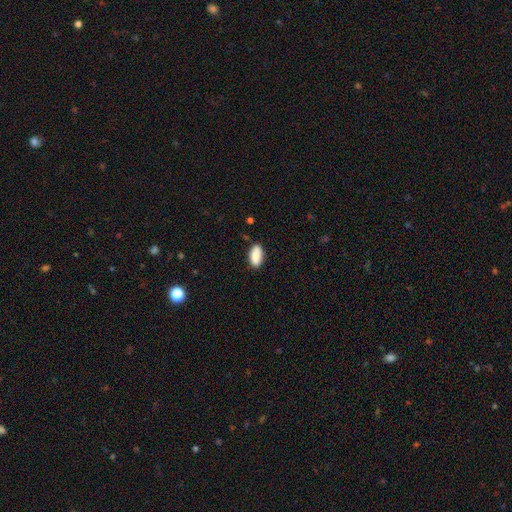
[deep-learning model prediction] Smooth or featured? smooth (88%)
How rounded? in between (92%)
Merging? none (83%)